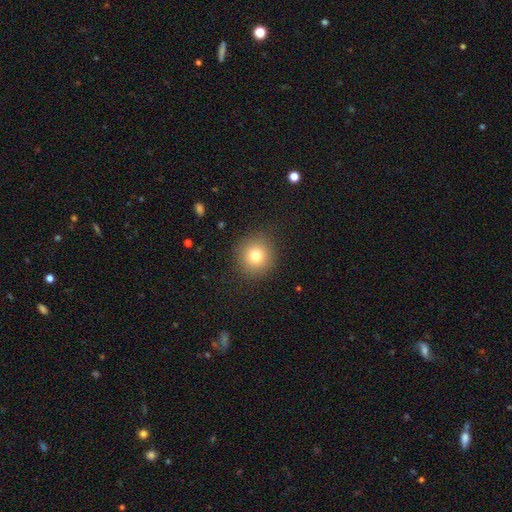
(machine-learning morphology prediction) Q: Smooth or featured?
A: smooth (78%); runner-up: star or artifact (13%)
Q: How rounded?
A: round (91%); runner-up: in between (8%)
Q: Merging?
A: none (89%); runner-up: minor disturbance (7%)